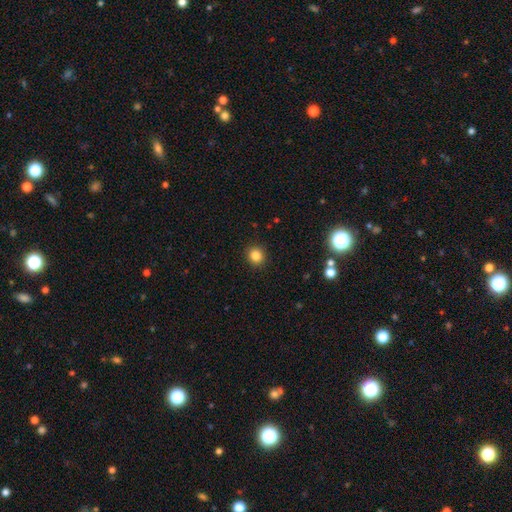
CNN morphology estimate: Smooth or featured? smooth (84%)
How rounded? round (87%)
Merging? none (91%)